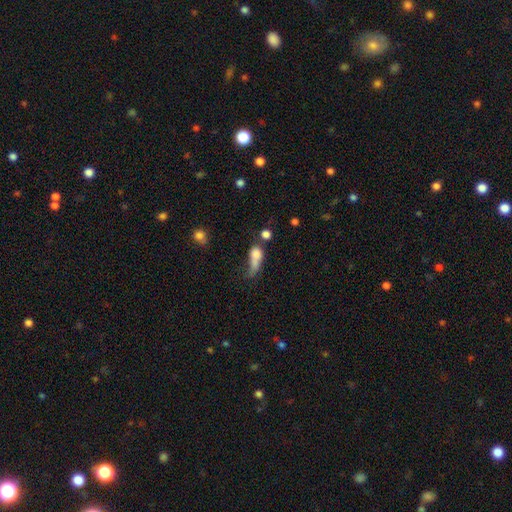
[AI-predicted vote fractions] This appears to be a smooth galaxy with no disk features (68%) that is in between round and cigar-shaped (60%). Merging: major disturbance (34%).